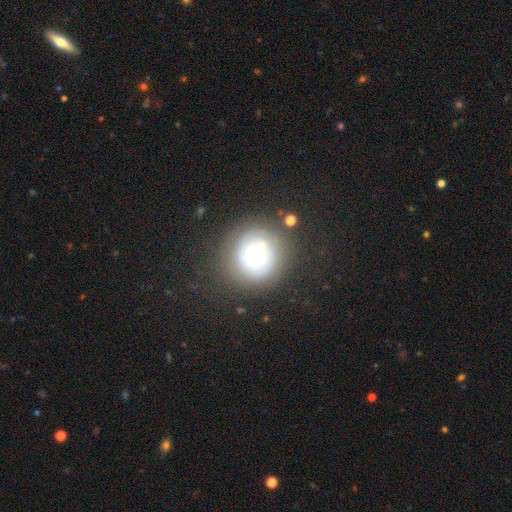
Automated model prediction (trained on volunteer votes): A smooth galaxy with no disk features (59%) that is round (94%). Merging: none (71%).